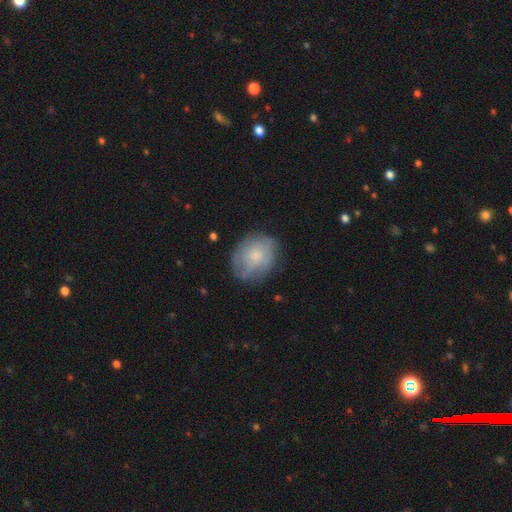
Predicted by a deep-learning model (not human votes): A smooth galaxy with no disk features (52%) that is round (51%).

Vote fractions:
- Smooth or featured? smooth: 52% / featured or disk: 40% / star or artifact: 8%
- How rounded? round: 51% / in between: 48% / cigar-shaped: 1%
- Merging? none: 70% / minor disturbance: 21% / major disturbance: 8% / merger: 1%